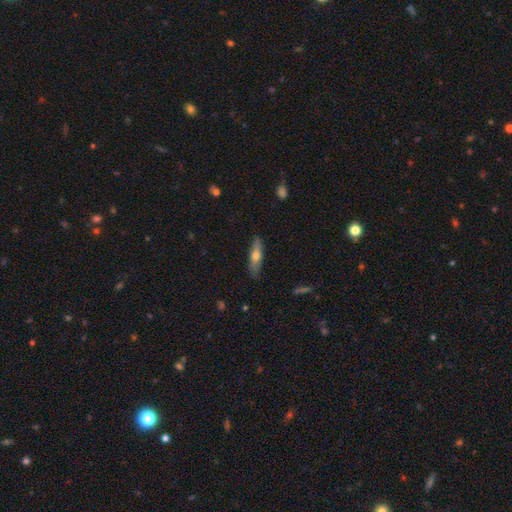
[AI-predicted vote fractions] This is possibly a smooth galaxy (55%). How rounded: likely cigar-shaped (68%). Merging: clearly none (83%).